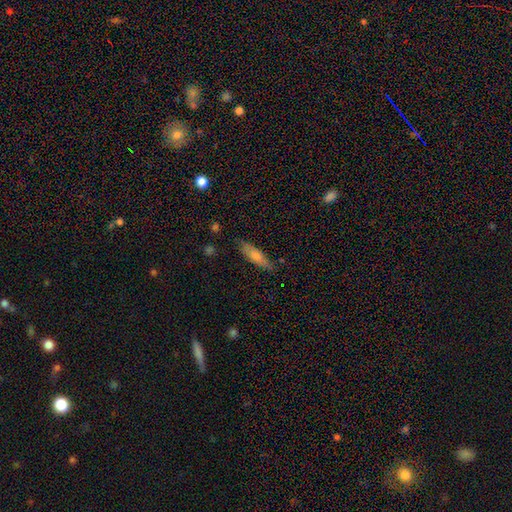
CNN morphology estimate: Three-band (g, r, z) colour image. It shows a smooth galaxy with no disk features (69%) that is cigar-shaped (59%). Merging: none (80%).